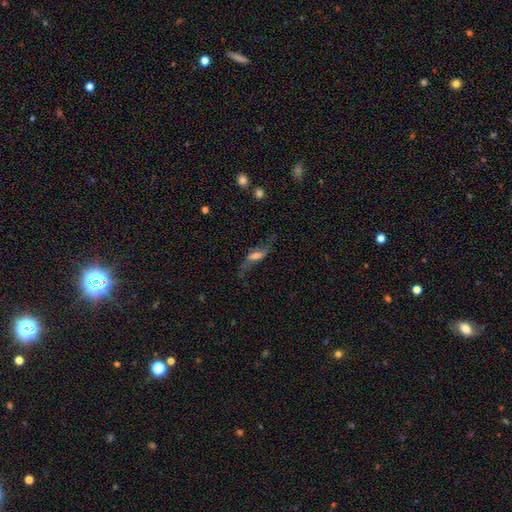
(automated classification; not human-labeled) smooth-or-featured: featured or disk: 64% | smooth: 26% | star or artifact: 9%
  disk-edge-on: no: 76% | yes: 24%
  merging: none: 57% | minor disturbance: 20% | major disturbance: 20% | merger: 3%